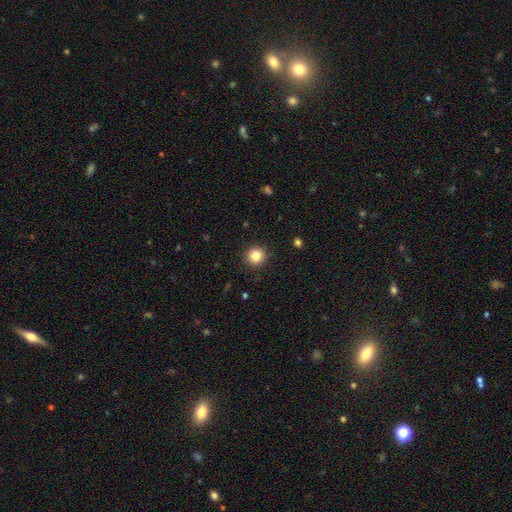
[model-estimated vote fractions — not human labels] smooth-or-featured: smooth: 84% | star or artifact: 11% | featured or disk: 5%
  how-rounded: round: 94% | in between: 5% | cigar-shaped: 1%
  merging: none: 92% | minor disturbance: 5% | major disturbance: 2% | merger: 1%